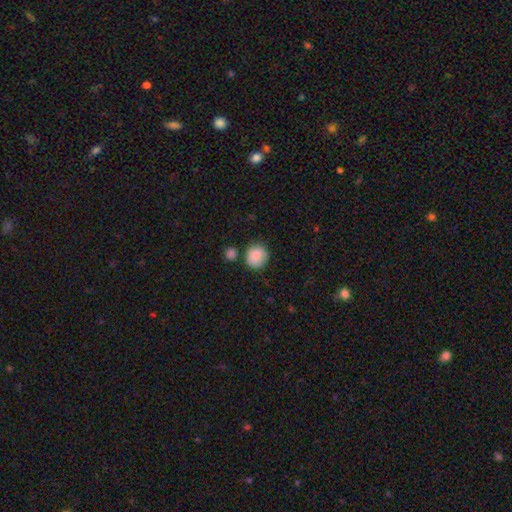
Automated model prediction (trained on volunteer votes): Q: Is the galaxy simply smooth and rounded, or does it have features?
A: smooth — 88%.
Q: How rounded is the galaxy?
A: round — 84%.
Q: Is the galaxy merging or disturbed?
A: none — 72%.